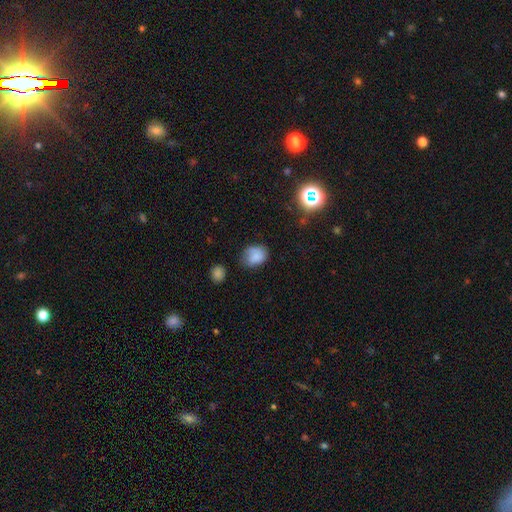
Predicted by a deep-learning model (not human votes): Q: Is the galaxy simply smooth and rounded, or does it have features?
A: smooth — 78%.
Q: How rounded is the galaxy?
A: in between — 65%.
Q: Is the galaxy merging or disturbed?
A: none — 55%.